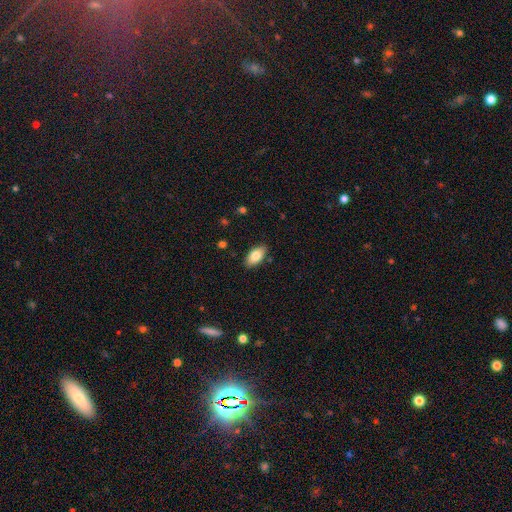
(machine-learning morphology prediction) Smooth or featured? smooth (81%)
How rounded? in between (92%)
Merging? none (87%)